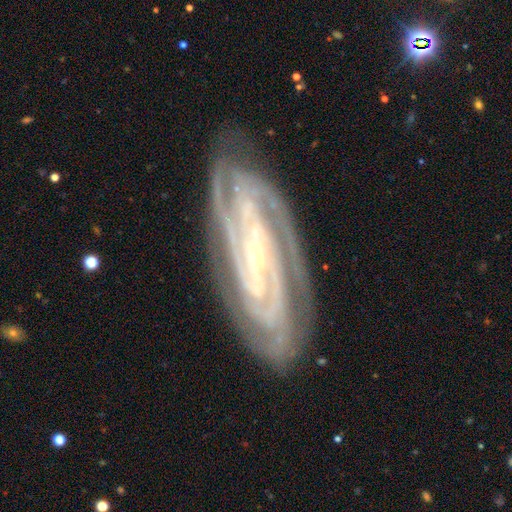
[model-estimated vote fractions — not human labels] A featured or disk galaxy (90%) with no bar (37%), 3 (24%) tight (78%) spiral arms (98%) and a small central bulge (82%). Merging: none (81%).